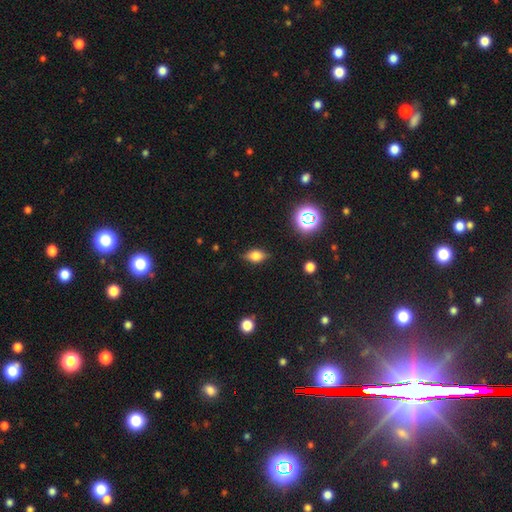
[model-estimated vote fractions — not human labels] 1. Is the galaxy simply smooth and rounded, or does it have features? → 65% smooth, 22% featured or disk, 13% star or artifact.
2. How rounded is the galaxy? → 78% in between, 16% round, 6% cigar-shaped.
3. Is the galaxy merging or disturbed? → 82% none, 13% minor disturbance, 3% major disturbance, 1% merger.